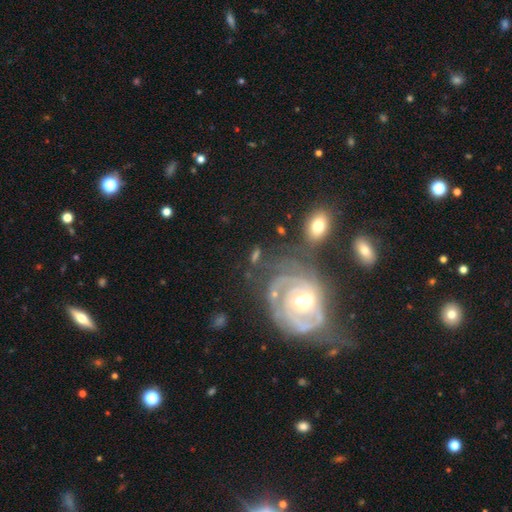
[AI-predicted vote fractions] Q: Smooth or featured?
A: featured or disk (66%); runner-up: smooth (24%)
Q: Edge-on disk?
A: no (95%); runner-up: yes (5%)
Q: Bar?
A: no (57%); runner-up: weak (30%)
Q: Spiral arms?
A: yes (85%); runner-up: no (15%)
Q: Spiral winding?
A: tight (58%); runner-up: medium (31%)
Q: Spiral arm count?
A: 2 (35%); runner-up: can't tell (25%)
Q: Bulge size?
A: moderate (49%); runner-up: small (40%)
Q: Merging?
A: none (50%); runner-up: merger (18%)